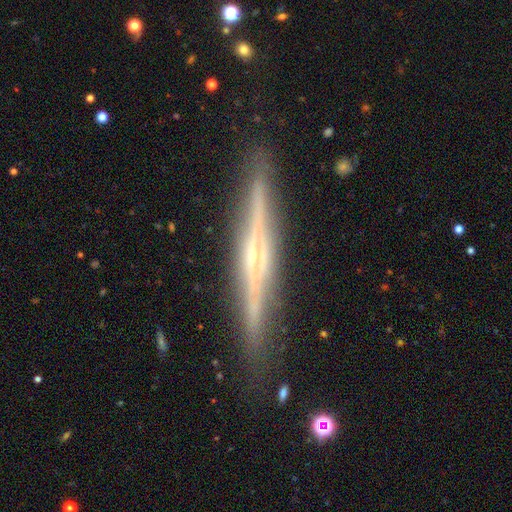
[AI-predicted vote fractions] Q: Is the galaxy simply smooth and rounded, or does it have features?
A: featured or disk — 83%.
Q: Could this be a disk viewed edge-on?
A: yes — 98%.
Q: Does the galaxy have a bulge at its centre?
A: rounded — 49%.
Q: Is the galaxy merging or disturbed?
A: none — 89%.